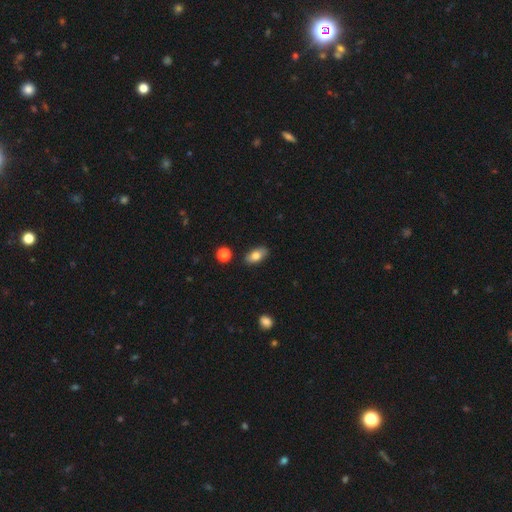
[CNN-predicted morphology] A smooth galaxy with no disk features (79%) that is in between round and cigar-shaped (89%). Merging: none (86%).